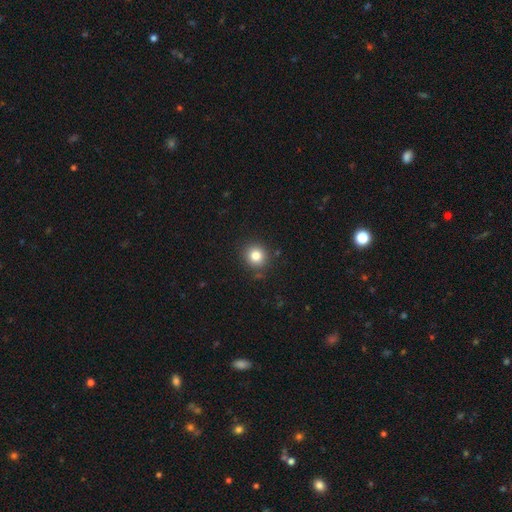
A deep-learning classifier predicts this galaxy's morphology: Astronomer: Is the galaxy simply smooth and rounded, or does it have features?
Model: smooth — 81%.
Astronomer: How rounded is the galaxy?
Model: round — 89%.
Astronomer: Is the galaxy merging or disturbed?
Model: none — 87%.